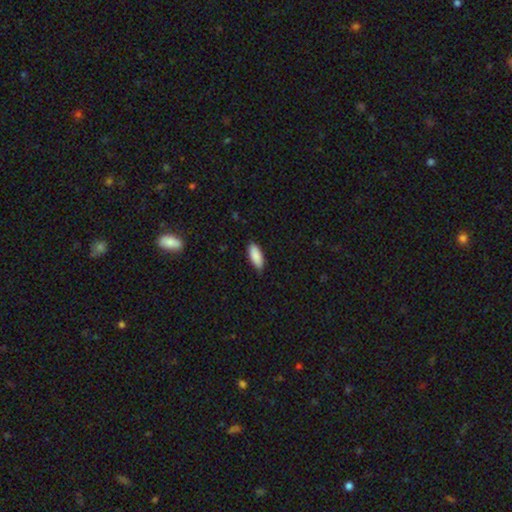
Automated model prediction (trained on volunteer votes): Morphology: type=smooth (89%); roundness=in between (81%); merging=none (84%).